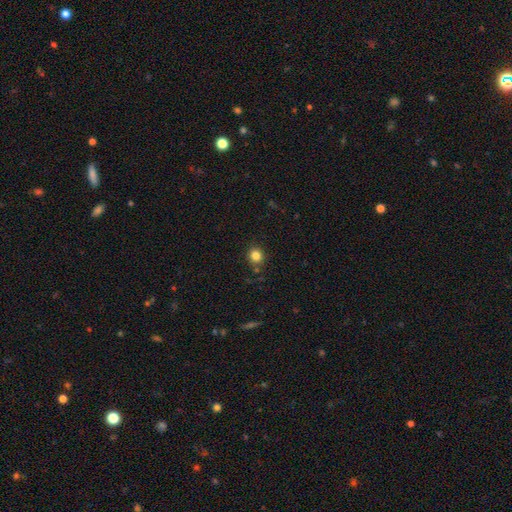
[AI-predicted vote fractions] This is clearly a smooth galaxy (82%). How rounded: clearly round (85%). Merging: clearly none (85%).